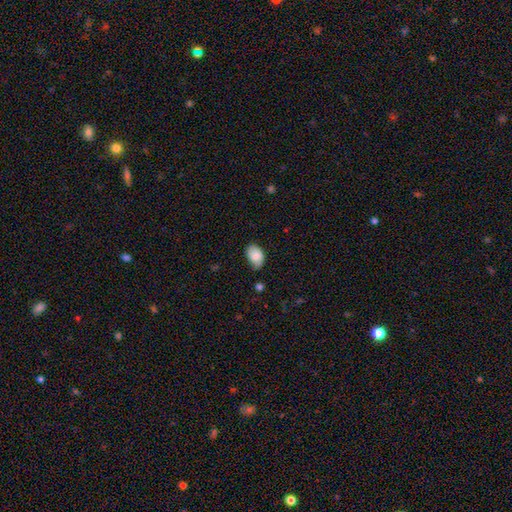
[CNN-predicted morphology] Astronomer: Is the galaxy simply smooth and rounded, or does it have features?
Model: smooth — 83%.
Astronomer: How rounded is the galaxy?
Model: in between — 85%.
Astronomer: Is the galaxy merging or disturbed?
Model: none — 58% (runner-up: minor disturbance, 33%).